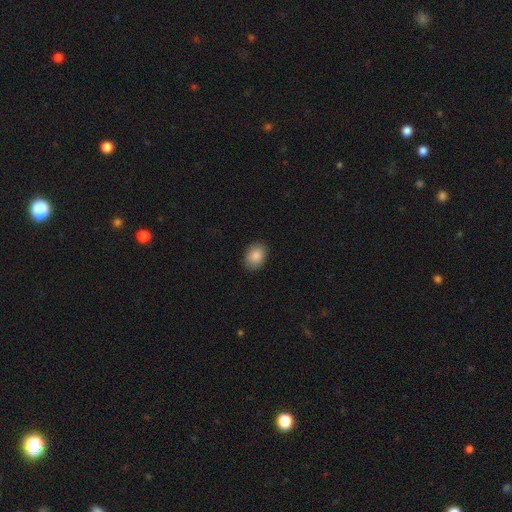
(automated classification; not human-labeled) smooth 88%, star or artifact 8%, featured or disk 5%. Down the decision tree: how rounded — in between (73%); merging — none (88%).